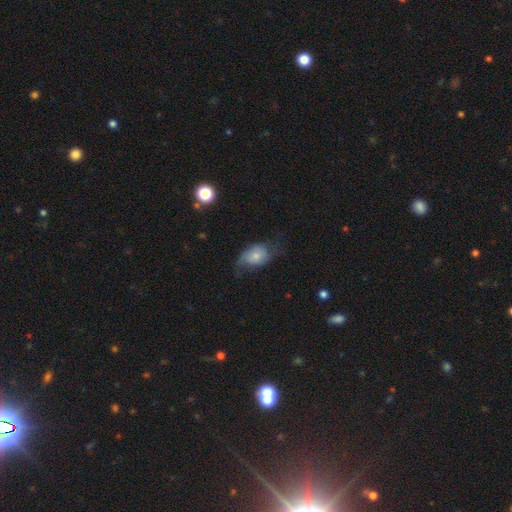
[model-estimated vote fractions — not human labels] A smooth galaxy with no disk features (53%) that is in between round and cigar-shaped (79%). Merging: none (41%).